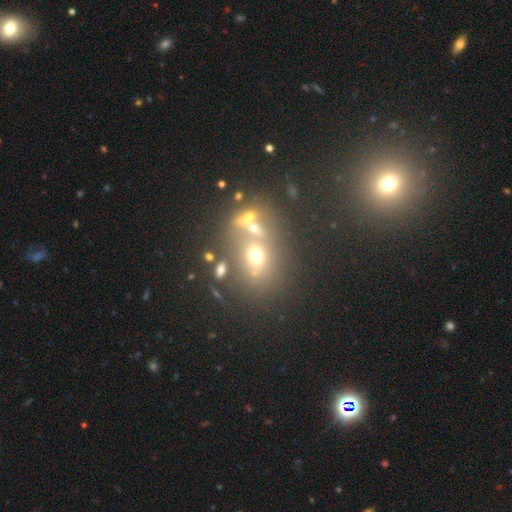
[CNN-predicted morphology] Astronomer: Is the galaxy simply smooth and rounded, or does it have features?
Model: smooth — 51% (runner-up: star or artifact, 26%).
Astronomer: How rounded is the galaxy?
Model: round — 57% (runner-up: in between, 41%).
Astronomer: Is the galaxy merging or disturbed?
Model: none — 50% (runner-up: merger, 32%).